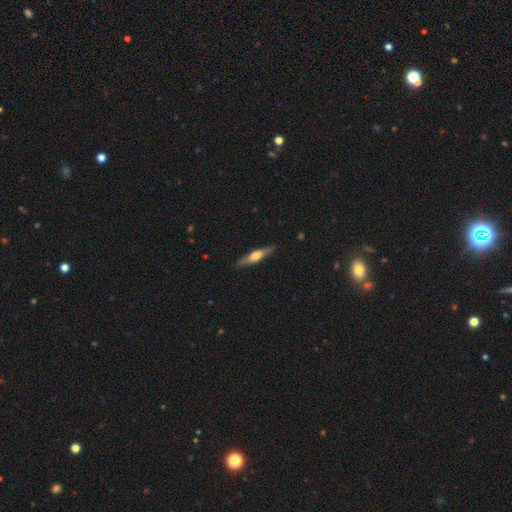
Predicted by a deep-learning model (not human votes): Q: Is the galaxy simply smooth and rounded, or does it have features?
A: featured or disk — 50%.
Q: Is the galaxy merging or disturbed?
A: none — 87%.